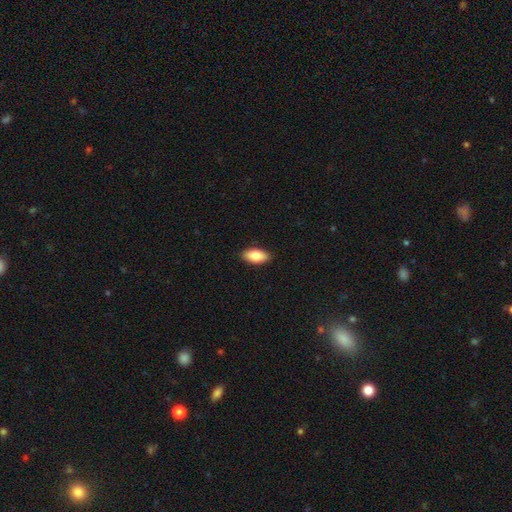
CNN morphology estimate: Overall: smooth (82%). How rounded: in between (90%). Merging: none (89%).